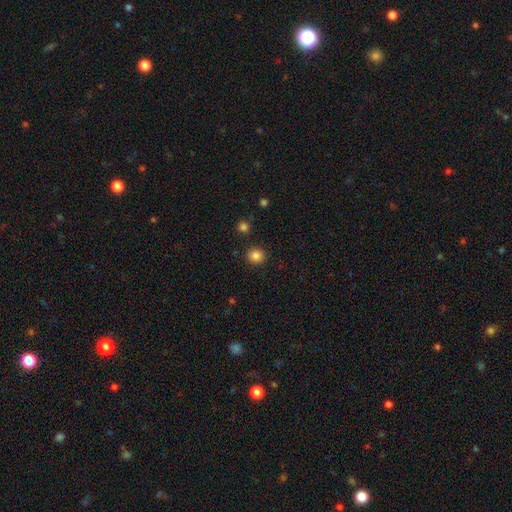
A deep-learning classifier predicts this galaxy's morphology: smooth-or-featured: smooth: 84% | star or artifact: 11% | featured or disk: 4%
  how-rounded: round: 85% | in between: 14% | cigar-shaped: 1%
  merging: none: 89% | minor disturbance: 6% | merger: 3% | major disturbance: 2%